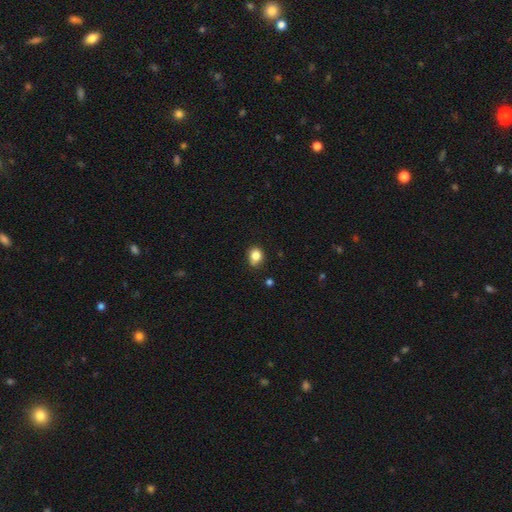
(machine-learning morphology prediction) Q: Smooth or featured?
A: smooth (83%); runner-up: star or artifact (11%)
Q: How rounded?
A: round (67%); runner-up: in between (32%)
Q: Merging?
A: none (74%); runner-up: minor disturbance (20%)